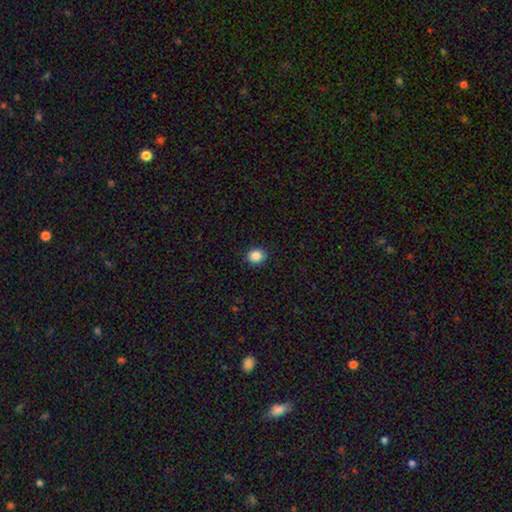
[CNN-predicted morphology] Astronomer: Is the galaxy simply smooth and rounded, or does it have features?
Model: smooth — 87%.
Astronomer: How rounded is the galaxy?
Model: round — 73%.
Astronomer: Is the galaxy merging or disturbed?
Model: none — 91%.